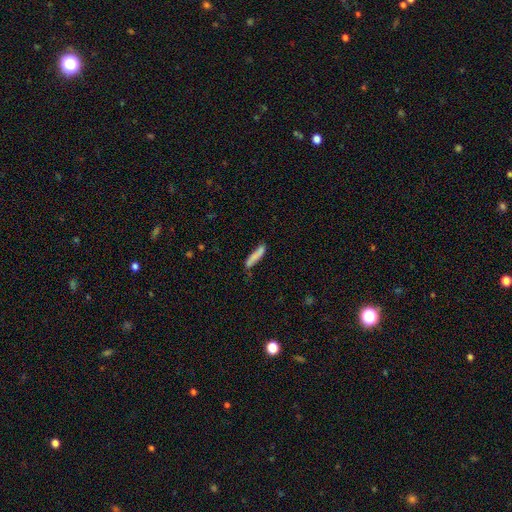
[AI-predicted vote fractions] This appears to be a smooth galaxy with no disk features (79%) that is cigar-shaped (85%). Merging: none (71%).